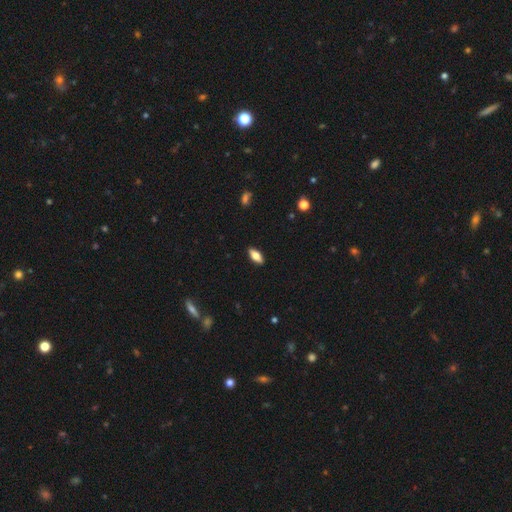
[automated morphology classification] type=smooth (70%); roundness=in between (80%); merging=none (89%).